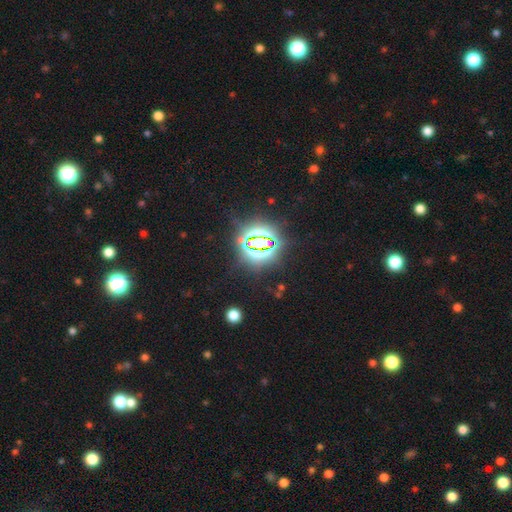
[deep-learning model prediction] This appears to be a star or artifact, not a galaxy (82%).